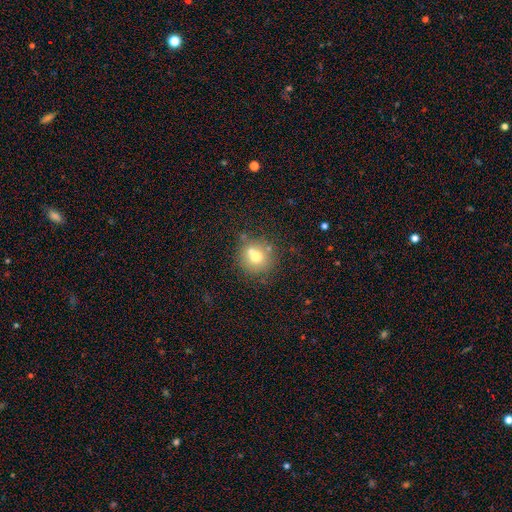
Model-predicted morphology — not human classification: A smooth galaxy with no disk features (70%) that is round (88%). Merging: none (67%).